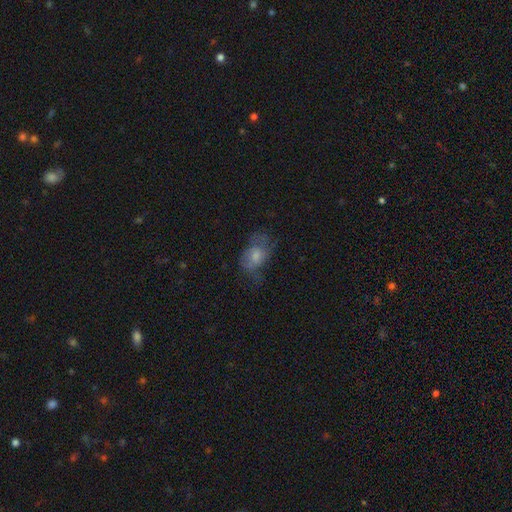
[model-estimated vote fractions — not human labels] Overall: smooth (53%; featured or disk 34%). How rounded: in between (79%). Merging: none (49%; minor disturbance 27%).